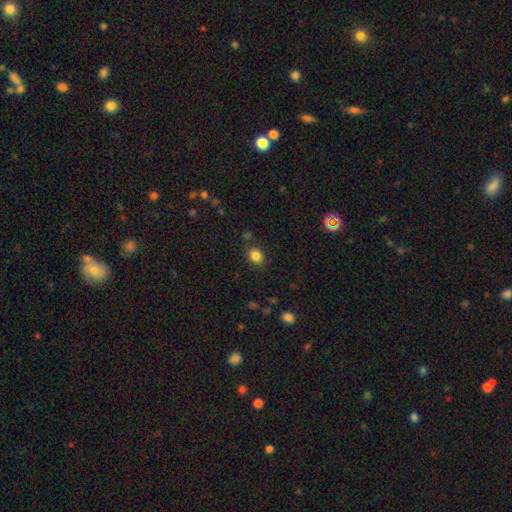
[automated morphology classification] Smooth or featured: smooth — 84% (star or artifact — 11%)
How rounded: round — 50% (in between — 49%)
Merging: none — 83% (minor disturbance — 11%)